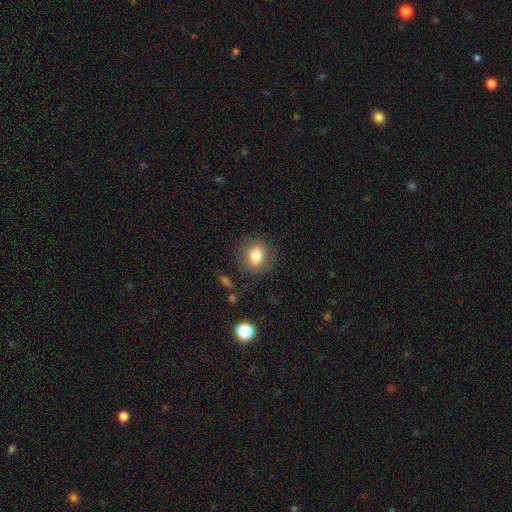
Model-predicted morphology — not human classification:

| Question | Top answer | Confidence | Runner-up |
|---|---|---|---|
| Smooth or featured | smooth | 79% | featured or disk (12%) |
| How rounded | round | 52% | in between (46%) |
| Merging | none | 80% | minor disturbance (13%) |